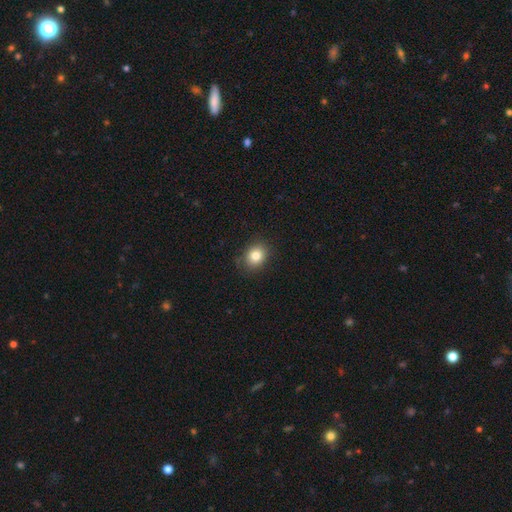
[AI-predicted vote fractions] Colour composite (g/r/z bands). It shows a smooth galaxy with no disk features (82%) that is round (59%). Merging: none (83%).